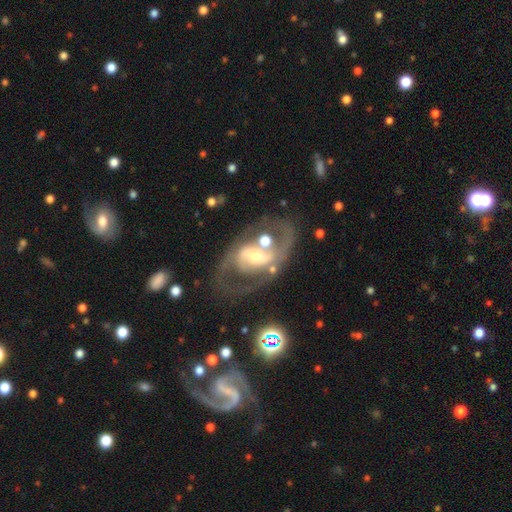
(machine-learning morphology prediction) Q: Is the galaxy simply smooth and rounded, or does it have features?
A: featured or disk — 82%.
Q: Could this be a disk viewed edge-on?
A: no — 95%.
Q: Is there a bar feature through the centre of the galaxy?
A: weak — 37%.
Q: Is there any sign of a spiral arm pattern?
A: yes — 80%.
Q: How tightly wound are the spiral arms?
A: medium — 53%.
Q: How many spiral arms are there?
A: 2 — 81%.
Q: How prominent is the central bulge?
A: moderate — 47%.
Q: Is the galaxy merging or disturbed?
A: none — 57%.